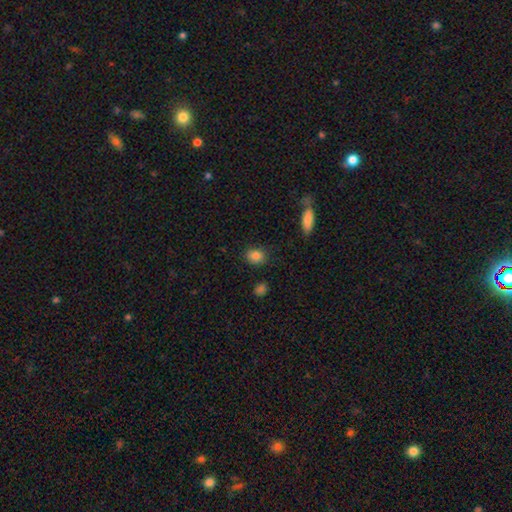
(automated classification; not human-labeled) This appears to be a smooth galaxy with no disk features (85%) that is in between round and cigar-shaped (54%). Merging: none (85%).